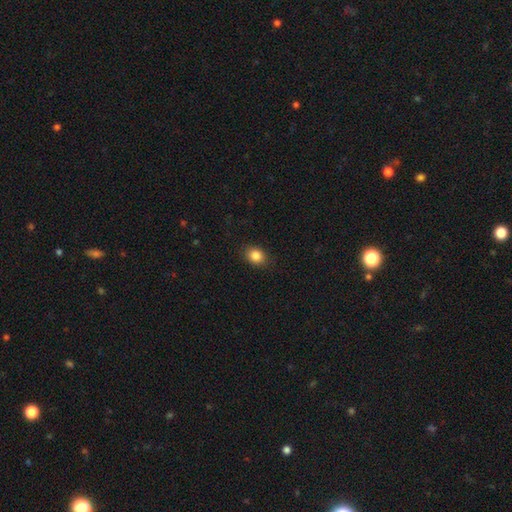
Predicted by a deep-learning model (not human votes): Q: Smooth or featured?
A: smooth (86%); runner-up: star or artifact (9%)
Q: How rounded?
A: in between (58%); runner-up: round (40%)
Q: Merging?
A: none (87%); runner-up: minor disturbance (9%)